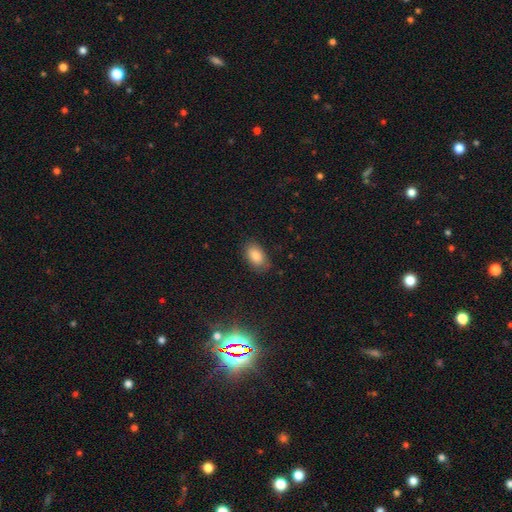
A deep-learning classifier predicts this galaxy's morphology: smooth_or_featured: smooth (p=0.85) [alt: star or artifact p=0.08]
how_rounded: in between (p=0.92) [alt: round p=0.06]
merging: none (p=0.78) [alt: minor disturbance p=0.17]